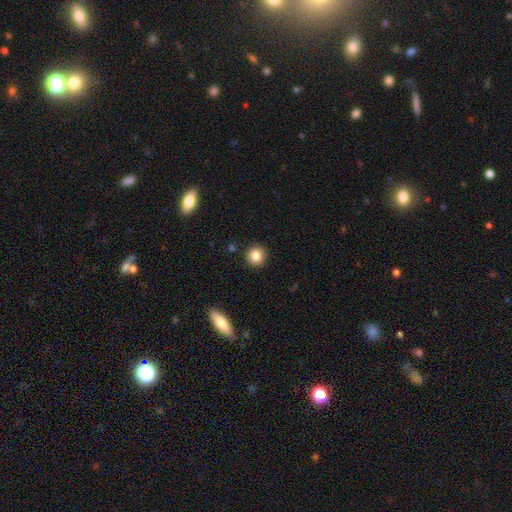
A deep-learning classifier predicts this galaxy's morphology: A smooth galaxy with no disk features (84%) that is round (92%).

Vote fractions:
- Smooth or featured? smooth: 84% / star or artifact: 10% / featured or disk: 7%
- How rounded? round: 92% / in between: 7% / cigar-shaped: 1%
- Merging? none: 91% / minor disturbance: 5% / major disturbance: 2% / merger: 1%